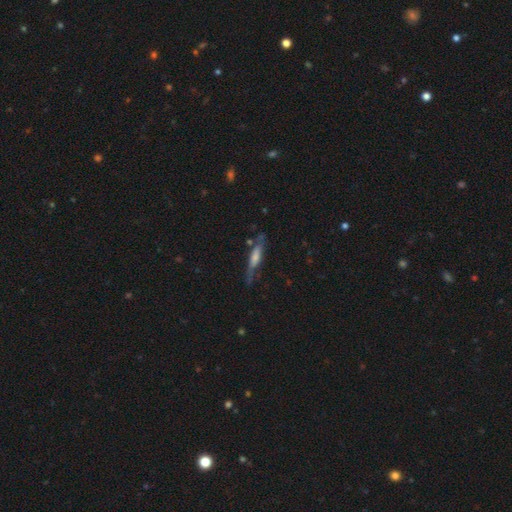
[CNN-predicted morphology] featured or disk 52%, smooth 40%, star or artifact 8%. Down the decision tree: edge-on disk — yes (76%); merging — none (59%).